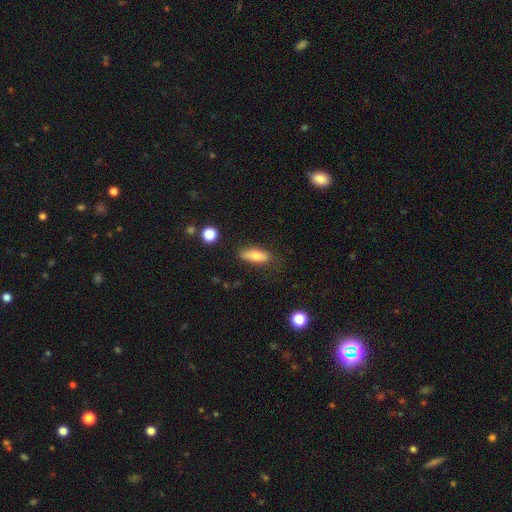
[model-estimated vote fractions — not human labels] Morphology: type=smooth (77%); roundness=in between (63%); merging=none (78%).